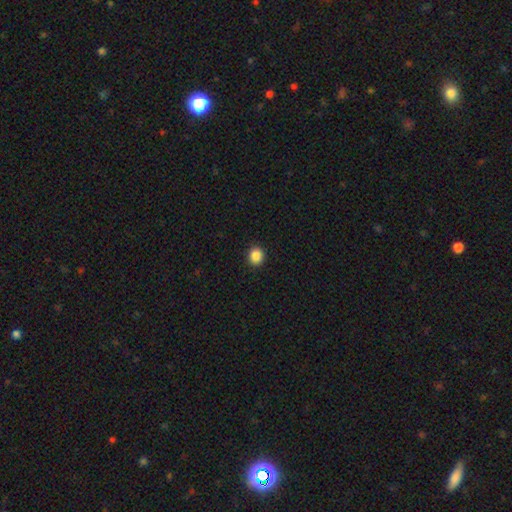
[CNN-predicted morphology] Overall: smooth (88%). How rounded: round (82%). Merging: none (92%).